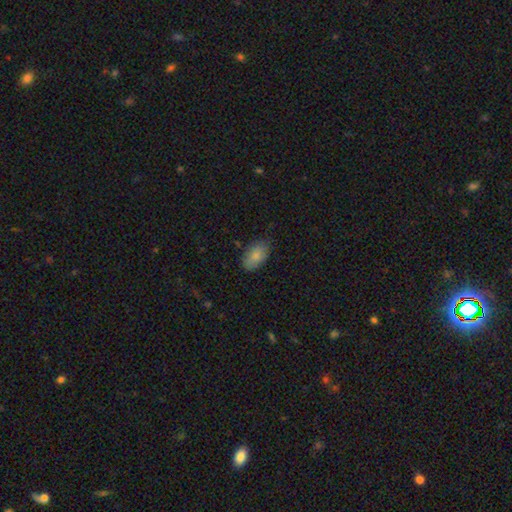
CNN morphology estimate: Overall: smooth (84%). How rounded: in between (93%). Merging: none (78%).